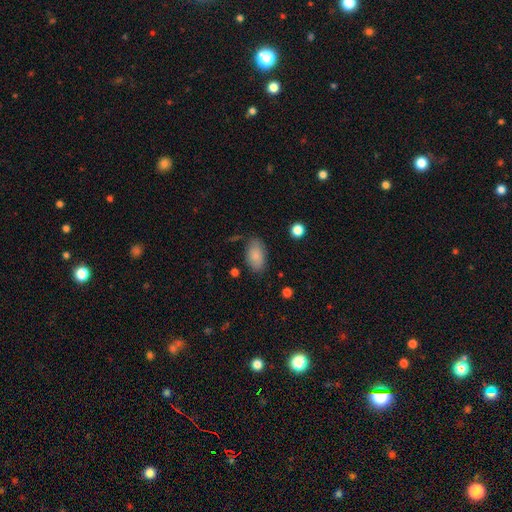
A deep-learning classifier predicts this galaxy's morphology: smooth_or_featured: smooth (p=0.85) [alt: featured or disk p=0.08]
how_rounded: in between (p=0.93) [alt: round p=0.05]
merging: none (p=0.77) [alt: minor disturbance p=0.16]